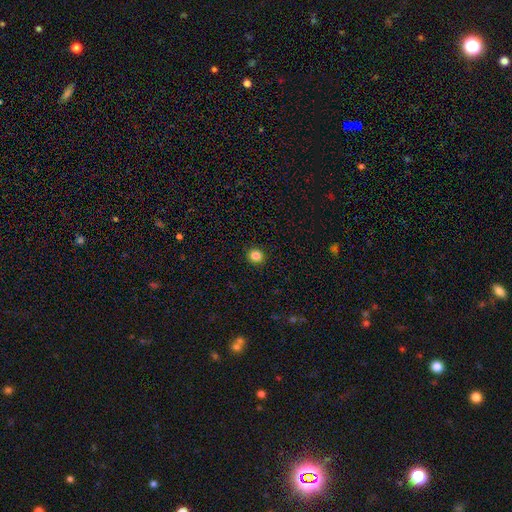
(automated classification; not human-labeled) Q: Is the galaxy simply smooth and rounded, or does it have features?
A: smooth — 84%.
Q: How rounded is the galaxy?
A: round — 90%.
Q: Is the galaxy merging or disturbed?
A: none — 92%.